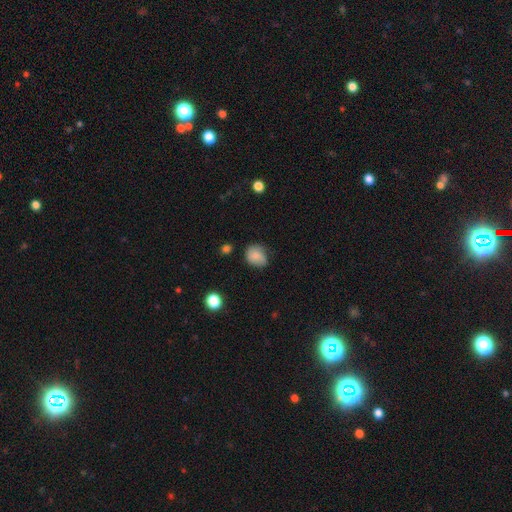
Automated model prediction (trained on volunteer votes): Q: Smooth or featured?
A: smooth (75%); runner-up: featured or disk (16%)
Q: How rounded?
A: round (55%); runner-up: in between (44%)
Q: Merging?
A: none (60%); runner-up: minor disturbance (31%)